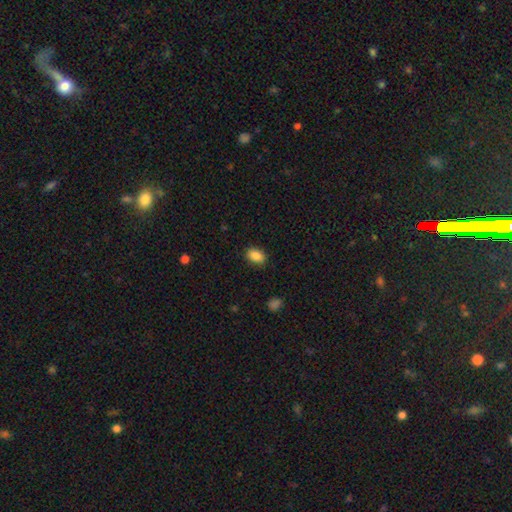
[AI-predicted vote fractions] This appears to be a smooth galaxy with no disk features (87%) that is in between round and cigar-shaped (81%). Merging: none (86%).